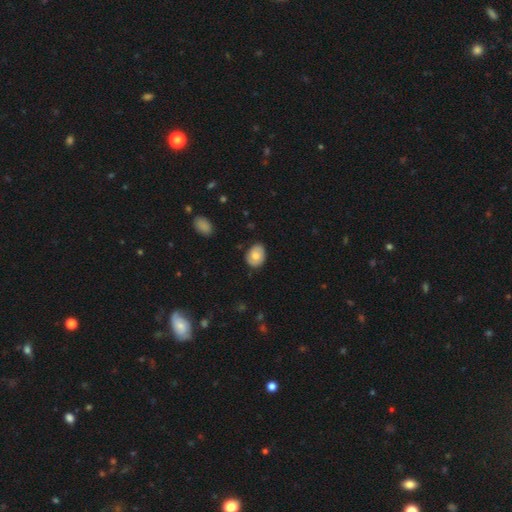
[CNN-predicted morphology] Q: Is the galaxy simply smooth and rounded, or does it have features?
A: smooth — 74%.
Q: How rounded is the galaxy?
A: in between — 66%.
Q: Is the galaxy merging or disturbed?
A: none — 78%.